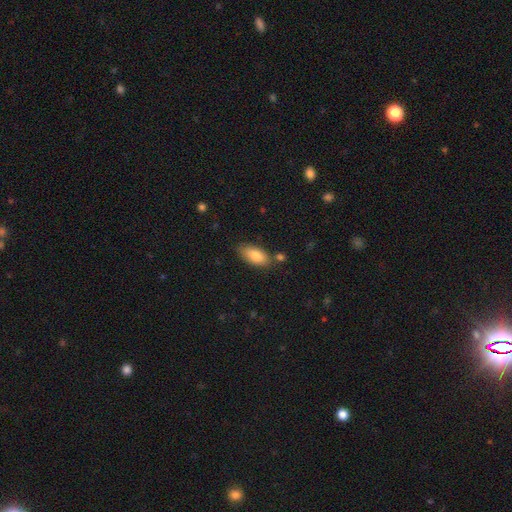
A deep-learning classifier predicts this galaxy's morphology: Overall: smooth (83%). How rounded: in between (88%). Merging: none (75%).